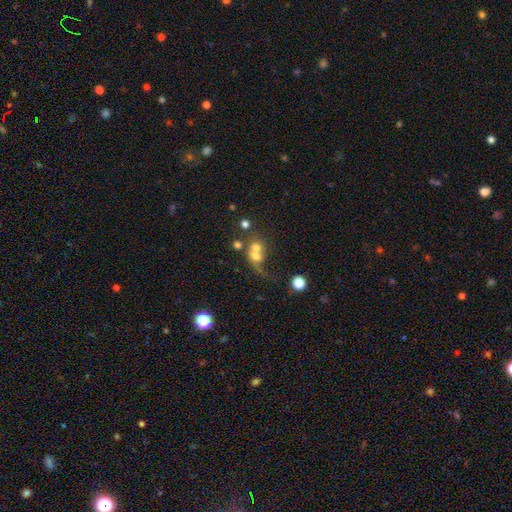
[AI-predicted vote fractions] Overall: smooth (59%; featured or disk 27%). How rounded: round (68%; in between 30%). Merging: merger (62%).